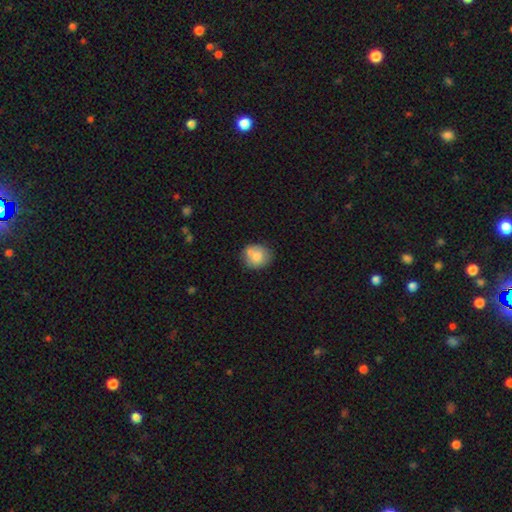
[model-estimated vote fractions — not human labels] The model was most divided on "merging": none: 60%, minor disturbance: 20%, merger: 14%, major disturbance: 5%. More confident: smooth or featured — smooth (76%); how rounded — round (74%).